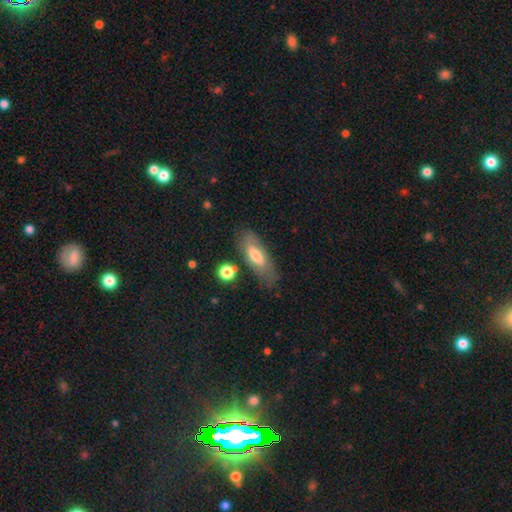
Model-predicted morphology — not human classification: A smooth galaxy with no disk features (53%) that is in between round and cigar-shaped (72%). Merging: none (68%).